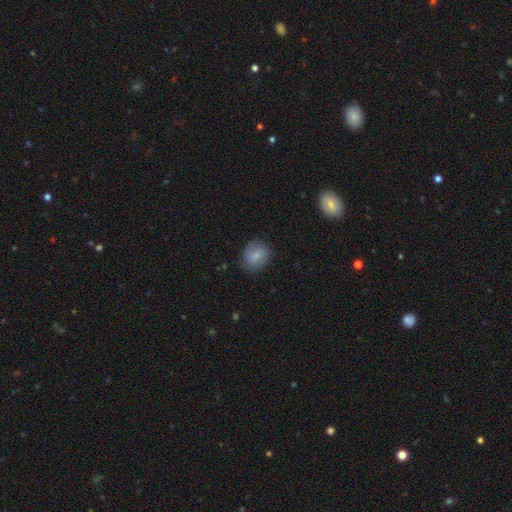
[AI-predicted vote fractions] The model was most divided on "how rounded": round: 61%, in between: 38%, cigar-shaped: 1%. More confident: merging — none (78%); smooth or featured — smooth (76%).